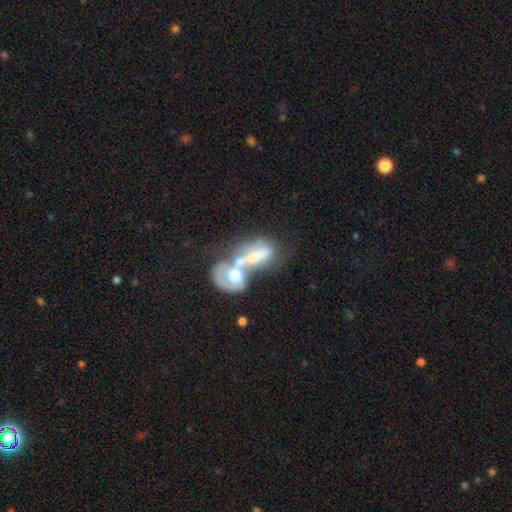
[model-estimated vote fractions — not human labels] The model was most divided on "smooth or featured": featured or disk: 47%, smooth: 44%, star or artifact: 9%. More confident: merging — merger (73%).